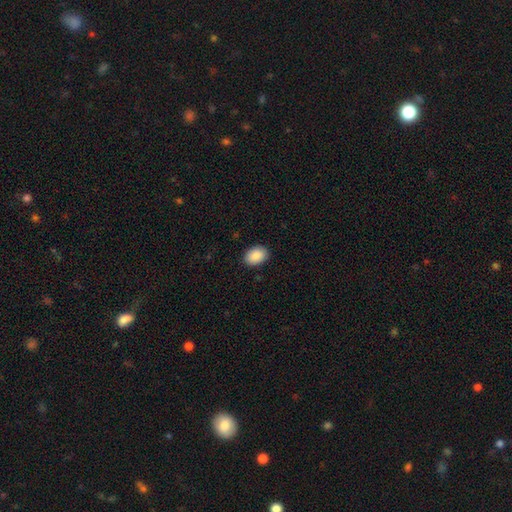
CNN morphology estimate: The model was most divided on "how rounded": in between: 83%, round: 16%, cigar-shaped: 1%. More confident: smooth or featured — smooth (90%); merging — none (89%).